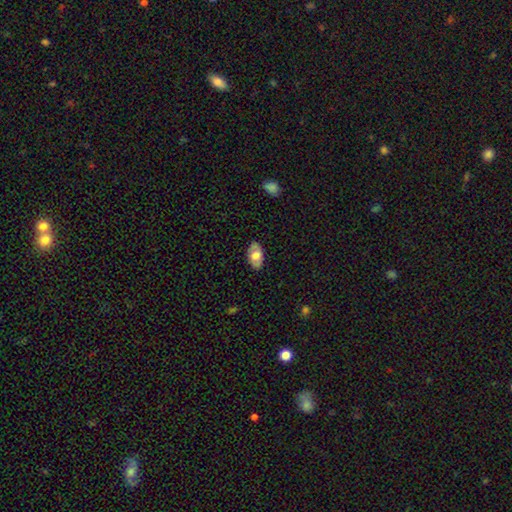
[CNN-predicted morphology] smooth_or_featured: smooth (p=0.64) [alt: featured or disk p=0.29]
how_rounded: in between (p=0.93) [alt: round p=0.05]
merging: none (p=0.84) [alt: minor disturbance p=0.12]